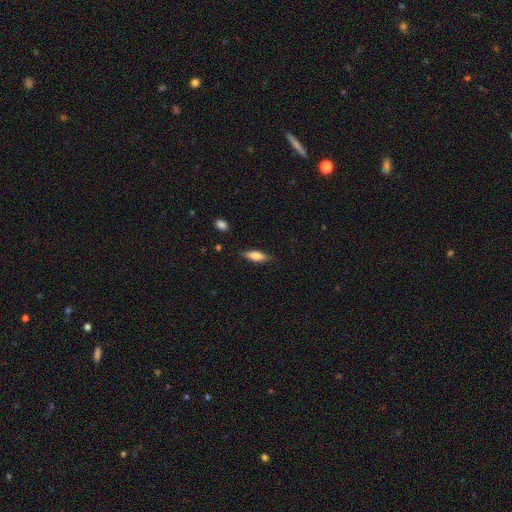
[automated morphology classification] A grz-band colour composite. It shows a smooth galaxy with no disk features (68%) that is in between round and cigar-shaped (52%). Merging: none (82%).